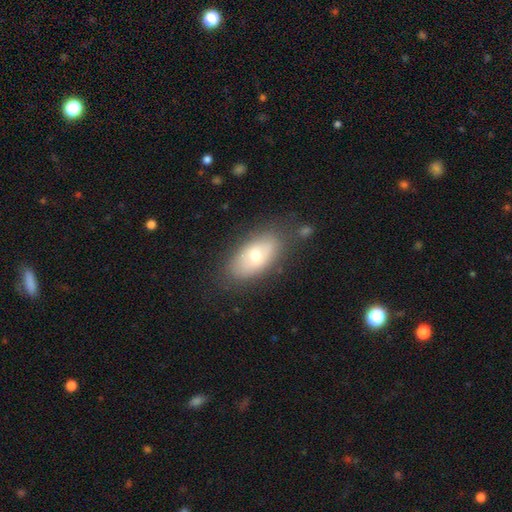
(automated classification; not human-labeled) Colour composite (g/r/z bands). It shows a smooth galaxy with no disk features (61%) that is in between round and cigar-shaped (91%). Merging: none (76%).